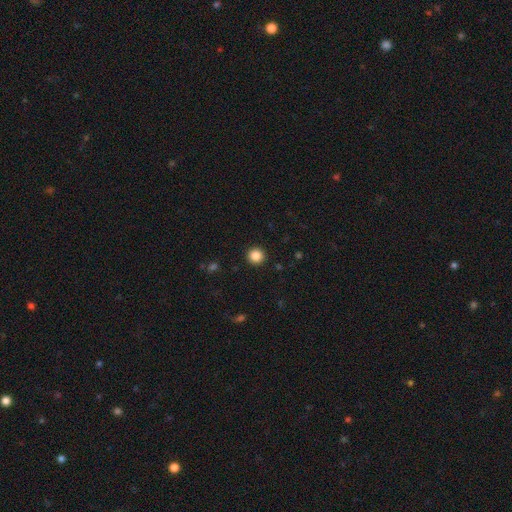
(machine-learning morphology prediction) The model was most divided on "smooth or featured": smooth: 86%, star or artifact: 10%, featured or disk: 4%. More confident: how rounded — round (95%); merging — none (93%).